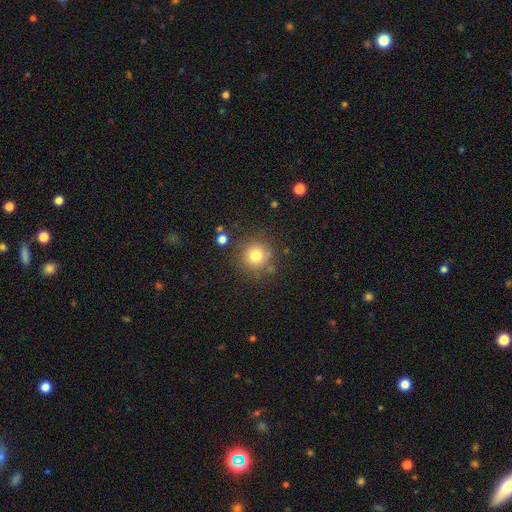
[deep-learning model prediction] Smooth or featured? smooth (78%)
How rounded? round (94%)
Merging? none (81%)